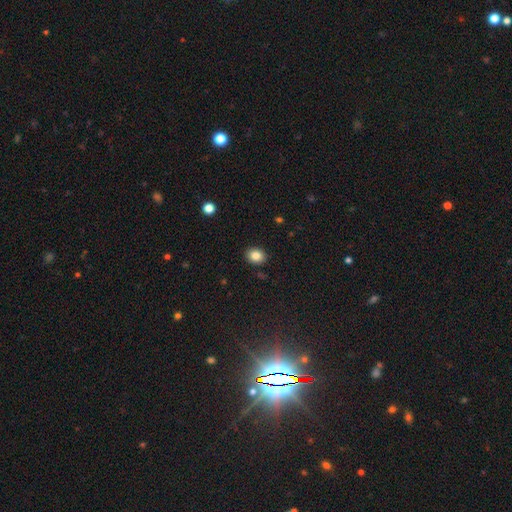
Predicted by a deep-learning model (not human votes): Smooth or featured: smooth — 84% (star or artifact — 10%)
How rounded: in between — 50% (round — 49%)
Merging: none — 90% (minor disturbance — 7%)